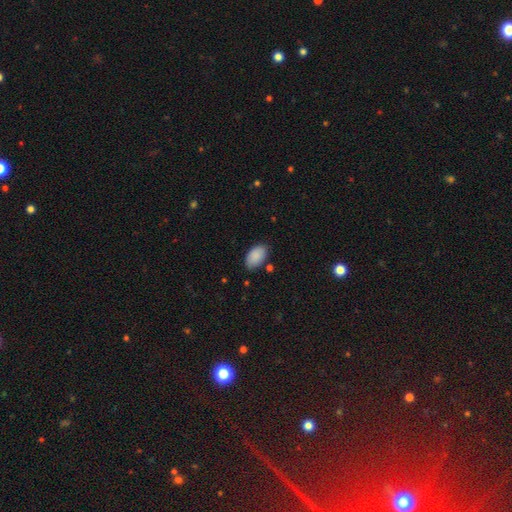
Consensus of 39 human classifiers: Smooth or featured? smooth (79%)
How rounded? in between (94%)
Merging? none (62%)